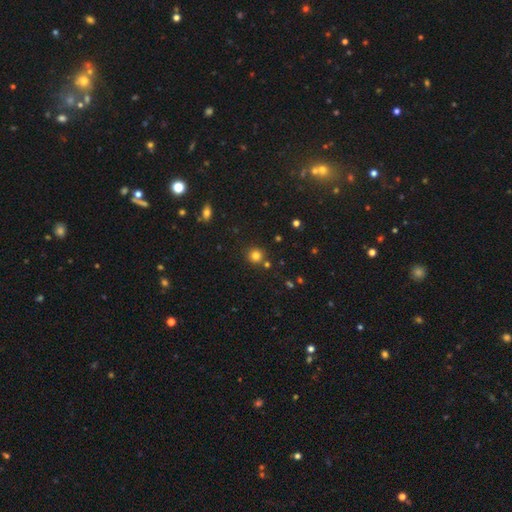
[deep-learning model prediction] The model was most divided on "smooth or featured": smooth: 80%, star or artifact: 14%, featured or disk: 5%. More confident: how rounded — round (92%); merging — none (82%).